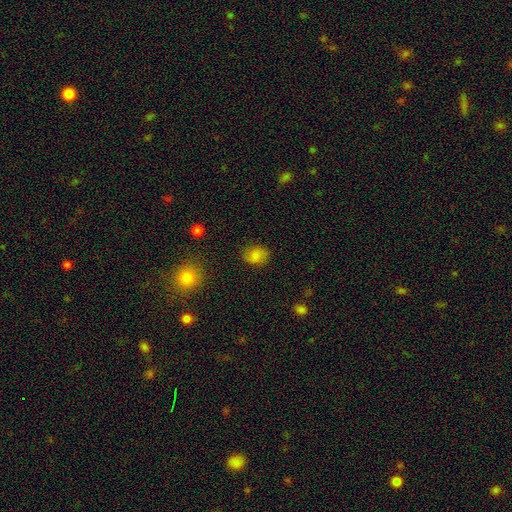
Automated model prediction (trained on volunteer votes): Smooth or featured: smooth — 82% (star or artifact — 12%)
How rounded: round — 59% (in between — 40%)
Merging: none — 82% (minor disturbance — 13%)